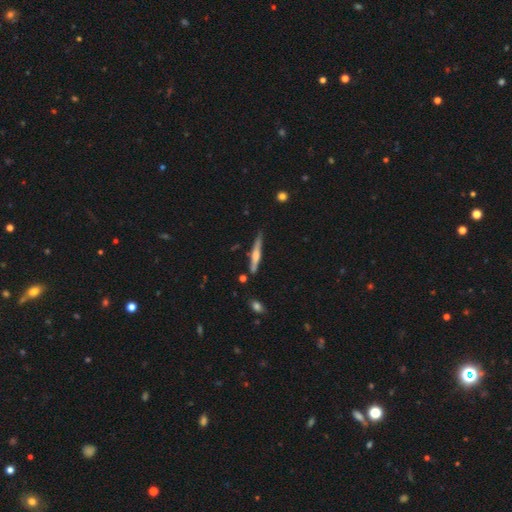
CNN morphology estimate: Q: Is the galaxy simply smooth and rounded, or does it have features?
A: featured or disk — 55%.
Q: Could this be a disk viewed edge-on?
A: yes — 96%.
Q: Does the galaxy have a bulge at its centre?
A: rounded — 67%.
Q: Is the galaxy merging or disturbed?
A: none — 78%.